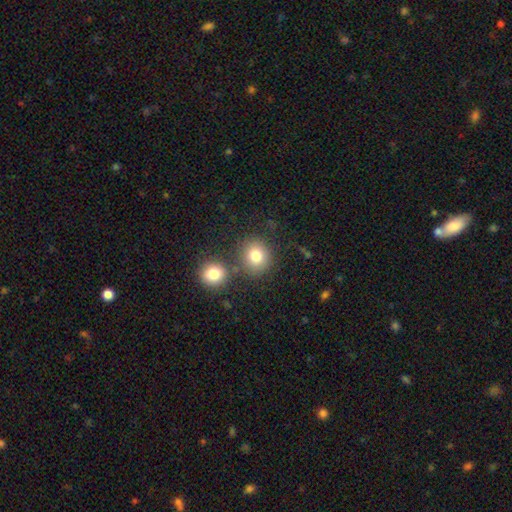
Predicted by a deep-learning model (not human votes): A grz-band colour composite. It shows a smooth galaxy with no disk features (81%) that is round (84%). Merging: none (71%).